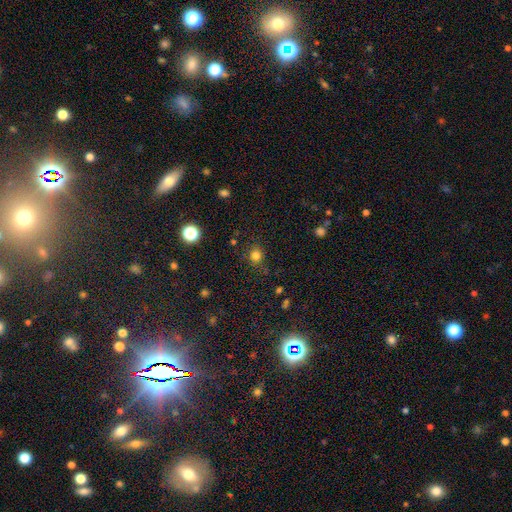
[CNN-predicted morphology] This is likely a smooth galaxy (79%). How rounded: clearly round (87%). Merging: clearly none (86%).